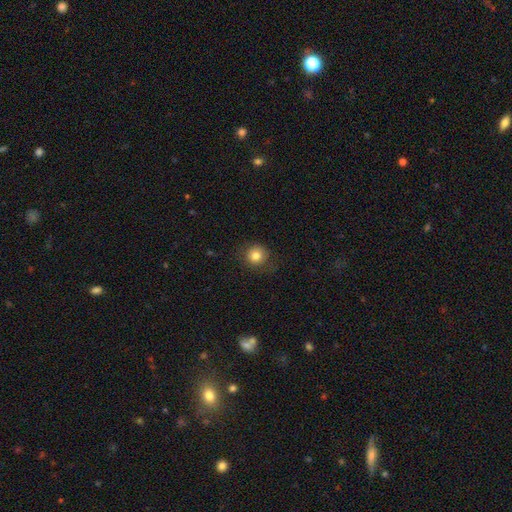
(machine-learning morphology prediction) A smooth galaxy with no disk features (81%) that is round (90%). Merging: none (80%).